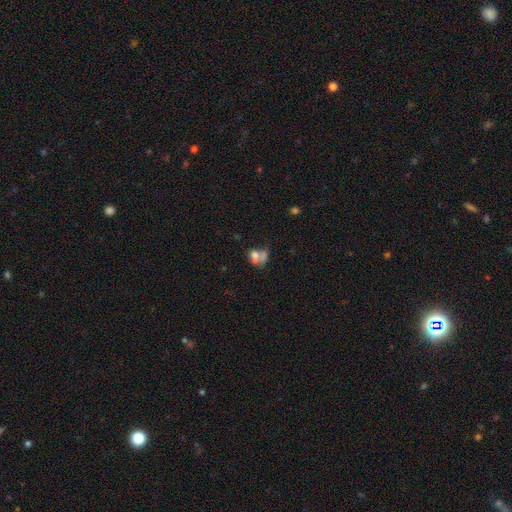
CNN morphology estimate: A smooth galaxy with no disk features (61%) that is in between round and cigar-shaped (58%). Merging: merger (57%).